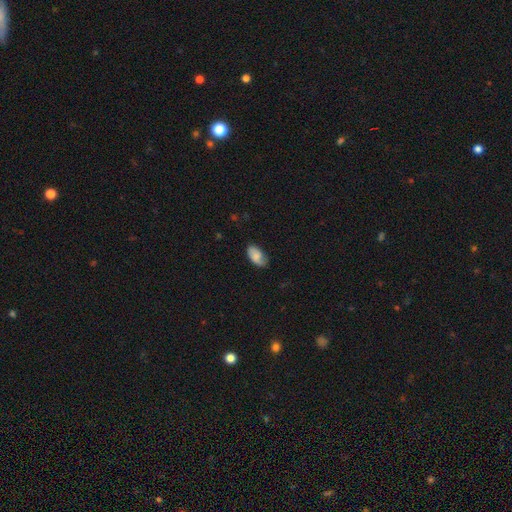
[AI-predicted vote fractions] Smooth or featured? smooth (78%)
How rounded? in between (94%)
Merging? none (73%)